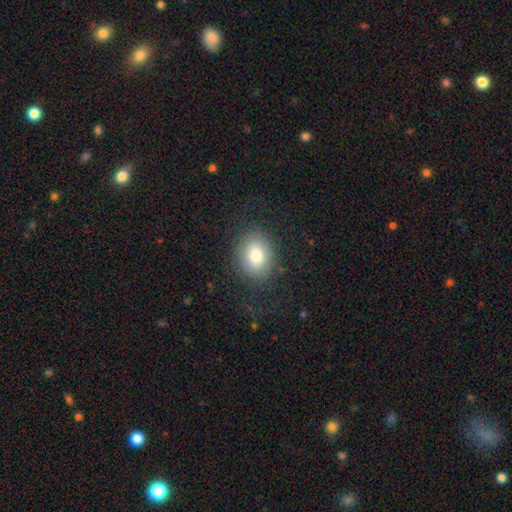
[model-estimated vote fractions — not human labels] Q: Smooth or featured?
A: smooth (77%); runner-up: featured or disk (14%)
Q: How rounded?
A: in between (57%); runner-up: round (42%)
Q: Merging?
A: none (80%); runner-up: minor disturbance (12%)